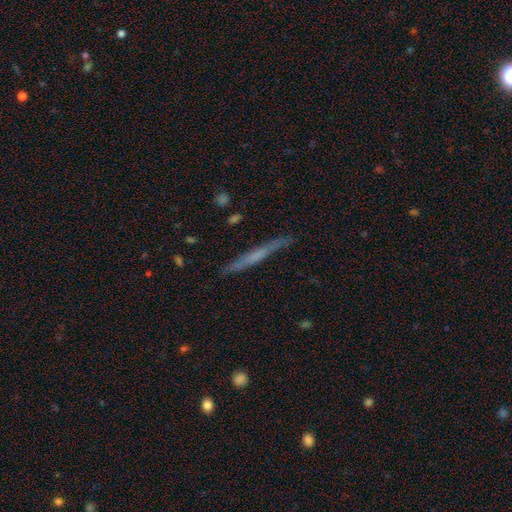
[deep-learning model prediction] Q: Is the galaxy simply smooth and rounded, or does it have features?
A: featured or disk — 54%.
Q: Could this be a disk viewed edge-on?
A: yes — 95%.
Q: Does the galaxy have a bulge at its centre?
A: none — 66%.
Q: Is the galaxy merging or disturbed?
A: none — 86%.